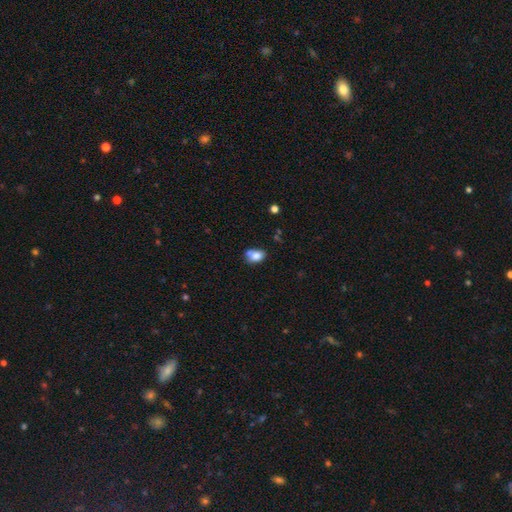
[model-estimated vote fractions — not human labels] A smooth galaxy with no disk features (78%) that is in between round and cigar-shaped (79%). Merging: none (48%).